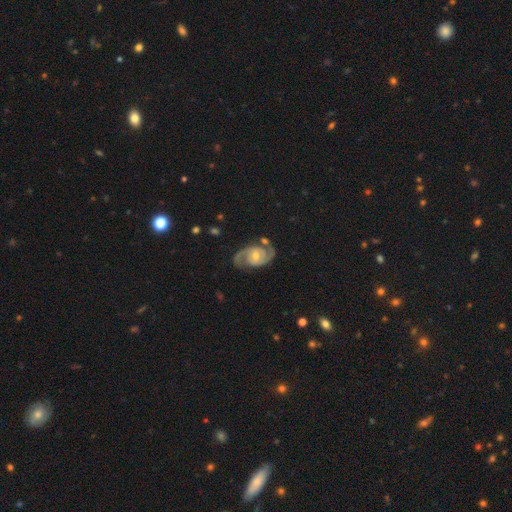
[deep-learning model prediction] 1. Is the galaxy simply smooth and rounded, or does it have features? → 89% featured or disk, 6% smooth, 5% star or artifact.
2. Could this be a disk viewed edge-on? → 97% no, 3% yes.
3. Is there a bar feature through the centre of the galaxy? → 57% no, 34% weak, 9% strong.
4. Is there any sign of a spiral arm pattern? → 97% yes, 3% no.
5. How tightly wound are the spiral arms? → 52% medium, 34% tight, 14% loose.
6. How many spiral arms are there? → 92% 2, 3% can't tell, 2% 3, 1% 1, 1% 4, 1% more than 4.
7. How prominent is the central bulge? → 56% moderate, 39% small, 3% large, 1% none, 1% dominant.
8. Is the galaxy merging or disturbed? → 76% none, 15% minor disturbance, 5% major disturbance, 4% merger.